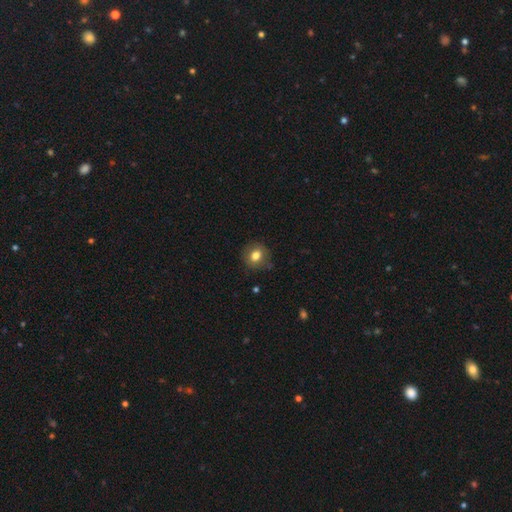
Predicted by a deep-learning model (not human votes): Morphology: type=smooth (78%); roundness=round (77%); merging=none (81%).